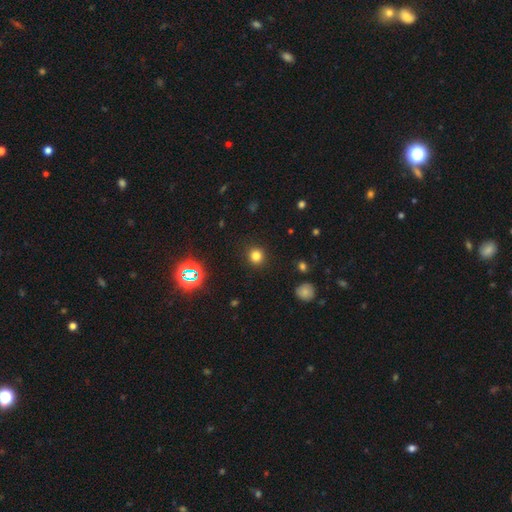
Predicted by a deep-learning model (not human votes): The model was most divided on "smooth or featured": smooth: 78%, star or artifact: 17%, featured or disk: 5%. More confident: how rounded — round (92%); merging — none (91%).